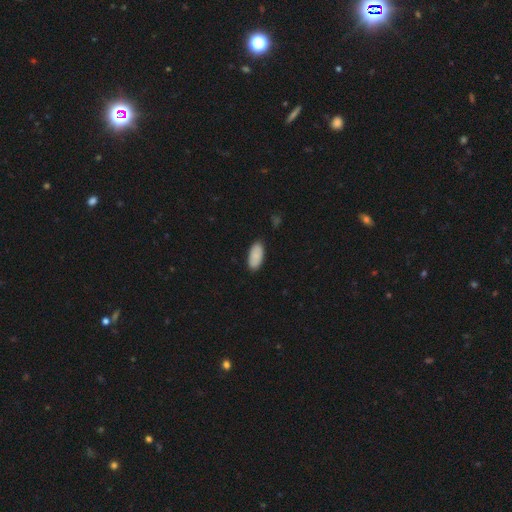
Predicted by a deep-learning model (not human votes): The model was most divided on "merging": none: 86%, minor disturbance: 11%, major disturbance: 2%, merger: 1%. More confident: how rounded — in between (93%); smooth or featured — smooth (88%).